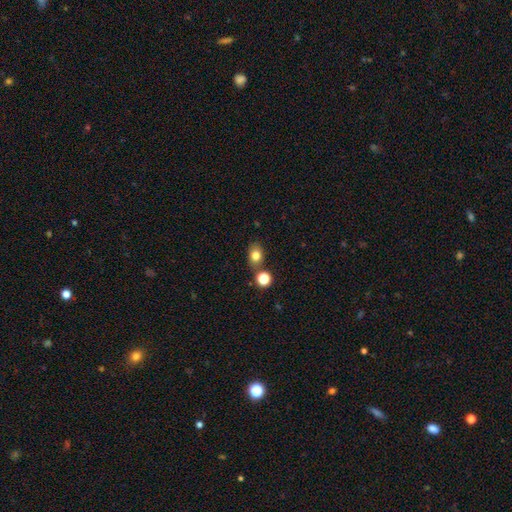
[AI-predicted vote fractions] Q: Smooth or featured?
A: smooth (80%); runner-up: star or artifact (12%)
Q: How rounded?
A: in between (60%); runner-up: round (39%)
Q: Merging?
A: none (73%); runner-up: merger (13%)